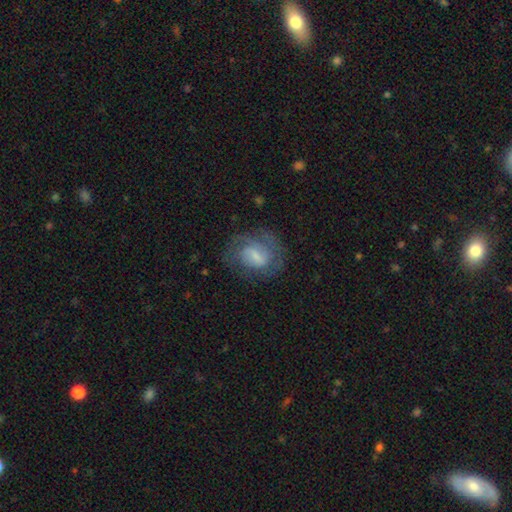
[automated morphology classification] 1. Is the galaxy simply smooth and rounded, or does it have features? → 60% featured or disk, 31% smooth, 9% star or artifact.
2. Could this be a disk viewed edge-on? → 96% no, 4% yes.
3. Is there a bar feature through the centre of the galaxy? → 49% weak, 30% no, 20% strong.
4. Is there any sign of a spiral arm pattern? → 80% yes, 20% no.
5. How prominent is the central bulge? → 46% small, 27% moderate, 18% none, 7% large, 2% dominant.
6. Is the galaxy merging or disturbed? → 66% none, 19% minor disturbance, 14% major disturbance, 2% merger.